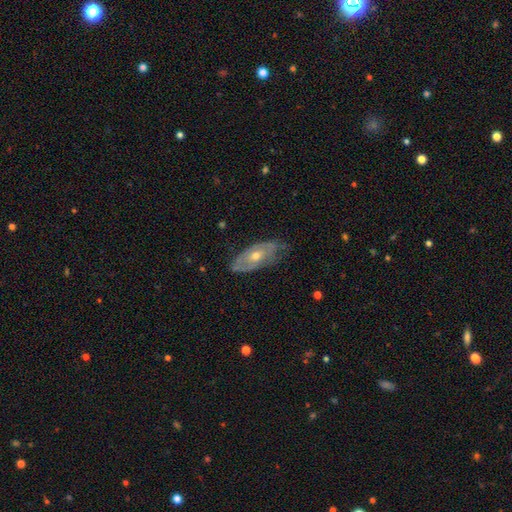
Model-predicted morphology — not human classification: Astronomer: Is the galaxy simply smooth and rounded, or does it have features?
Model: featured or disk — 64%.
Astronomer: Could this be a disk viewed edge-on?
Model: no — 82%.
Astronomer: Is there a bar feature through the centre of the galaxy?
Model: no — 79%.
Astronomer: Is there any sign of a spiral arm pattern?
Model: yes — 59% (runner-up: no, 41%).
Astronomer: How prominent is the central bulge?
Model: moderate — 61%.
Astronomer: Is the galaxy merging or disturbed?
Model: none — 66%.